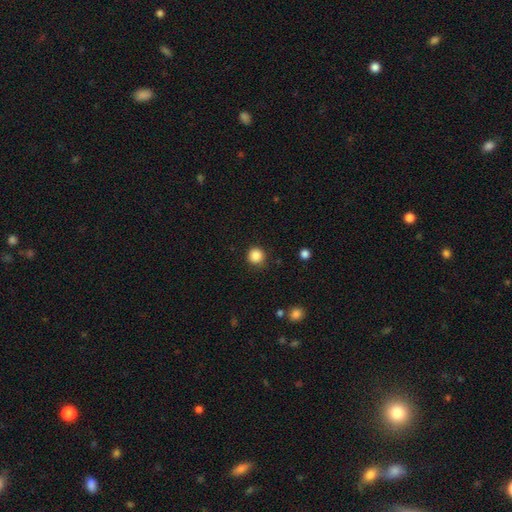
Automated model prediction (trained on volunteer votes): This is clearly a smooth galaxy (86%). How rounded: clearly round (94%). Merging: clearly none (87%).